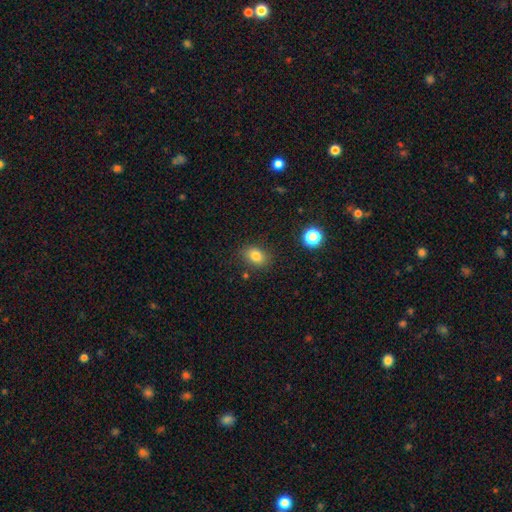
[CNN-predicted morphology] This is clearly a smooth galaxy (81%). How rounded: likely in between (71%). Merging: clearly none (81%).